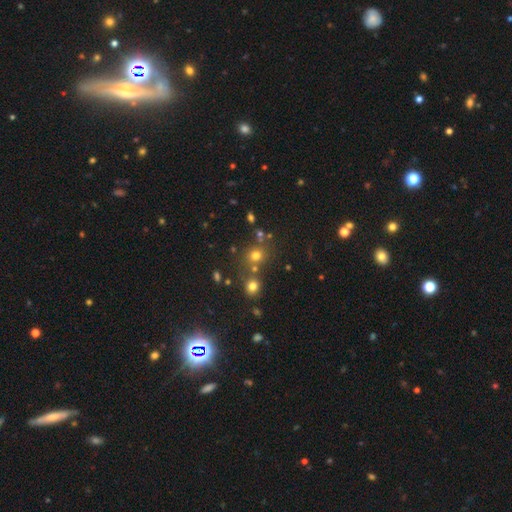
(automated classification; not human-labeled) Morphology: type=smooth (67%); roundness=round (83%); merging=none (64%).